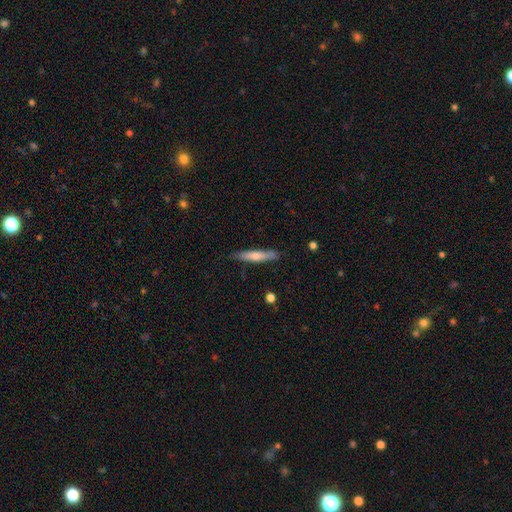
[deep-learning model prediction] This is possibly a smooth galaxy (55%). How rounded: clearly cigar-shaped (91%). Merging: clearly none (84%).